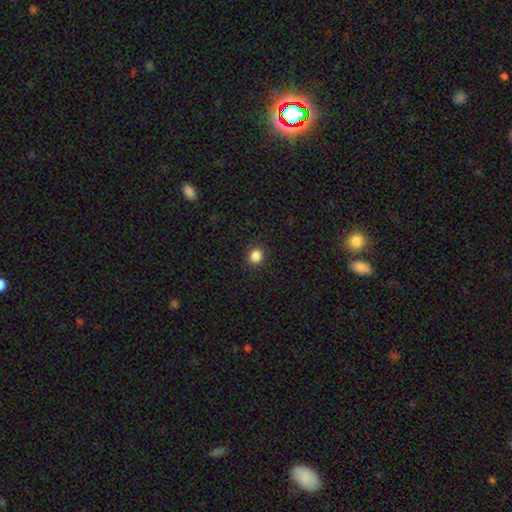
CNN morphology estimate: A smooth galaxy with no disk features (86%) that is round (80%). Merging: none (90%).